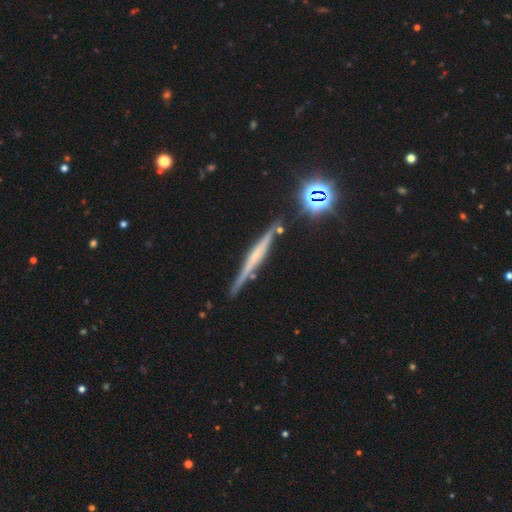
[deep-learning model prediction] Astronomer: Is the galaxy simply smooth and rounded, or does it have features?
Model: featured or disk — 68%.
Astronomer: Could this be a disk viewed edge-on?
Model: yes — 97%.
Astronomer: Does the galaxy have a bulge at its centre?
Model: none — 41% (runner-up: rounded, 36%).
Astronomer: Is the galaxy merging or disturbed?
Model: none — 84%.